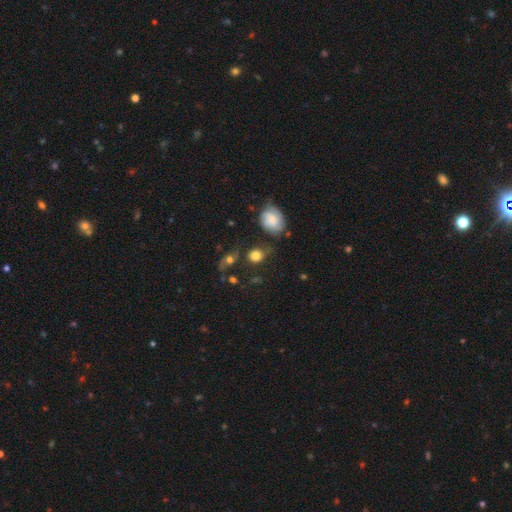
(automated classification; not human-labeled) This is likely a smooth galaxy (75%). How rounded: likely round (73%). Merging: likely none (61%).